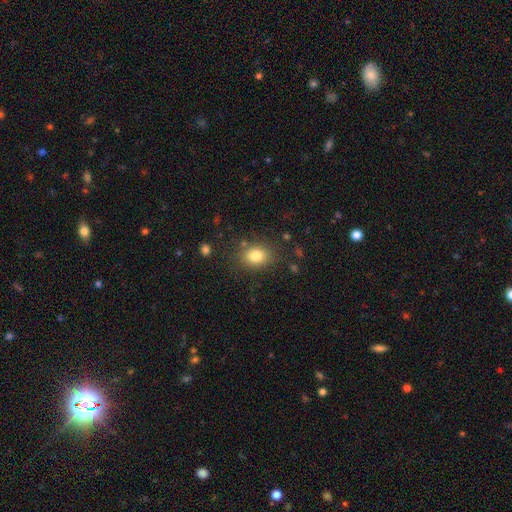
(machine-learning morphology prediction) Overall: smooth (82%). How rounded: in between (60%; round 39%). Merging: none (79%).